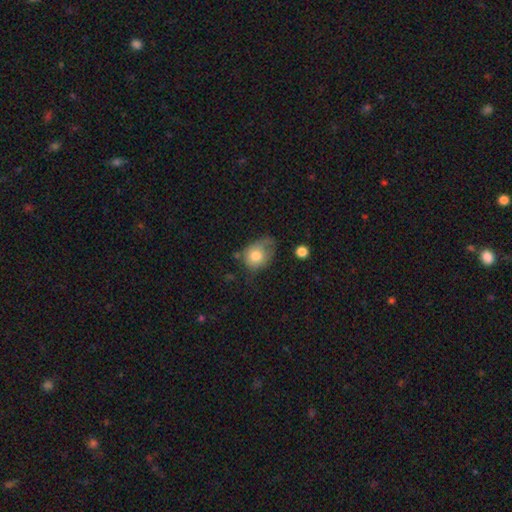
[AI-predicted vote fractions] A smooth galaxy with no disk features (75%) that is in between round and cigar-shaped (50%). Merging: minor disturbance (40%).